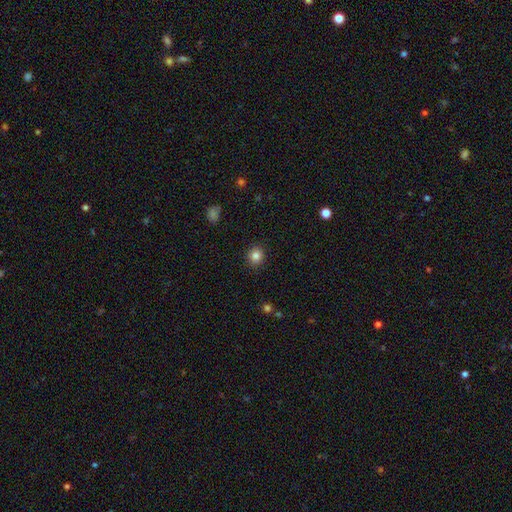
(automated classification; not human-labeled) Smooth or featured? Predicted: smooth (p=0.84). How rounded? Predicted: round (p=0.83). Merging? Predicted: none (p=0.91).